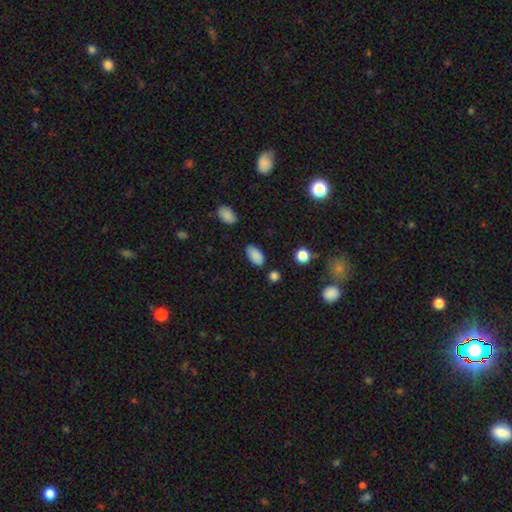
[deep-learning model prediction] smooth-or-featured: smooth: 87% | star or artifact: 9% | featured or disk: 5%
  how-rounded: in between: 94% | round: 3% | cigar-shaped: 3%
  merging: none: 81% | minor disturbance: 13% | merger: 3% | major disturbance: 3%